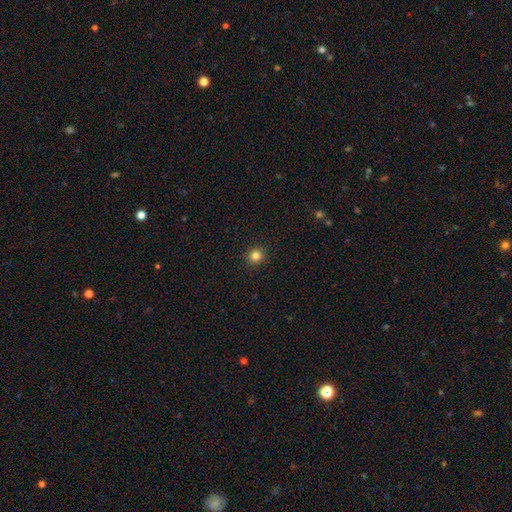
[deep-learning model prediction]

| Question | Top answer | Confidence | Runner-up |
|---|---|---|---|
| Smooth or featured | smooth | 83% | star or artifact (13%) |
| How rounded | round | 92% | in between (7%) |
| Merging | none | 92% | minor disturbance (5%) |